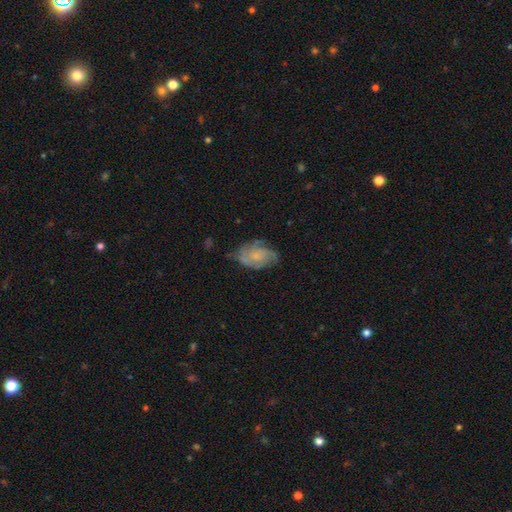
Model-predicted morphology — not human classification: Q: Smooth or featured?
A: featured or disk (64%); runner-up: smooth (28%)
Q: Edge-on disk?
A: no (97%); runner-up: yes (3%)
Q: Bar?
A: no (77%); runner-up: weak (20%)
Q: Spiral arms?
A: yes (86%); runner-up: no (14%)
Q: Spiral winding?
A: tight (42%); runner-up: medium (41%)
Q: Spiral arm count?
A: can't tell (33%); runner-up: 3 (26%)
Q: Bulge size?
A: small (51%); runner-up: moderate (24%)
Q: Merging?
A: none (60%); runner-up: minor disturbance (27%)